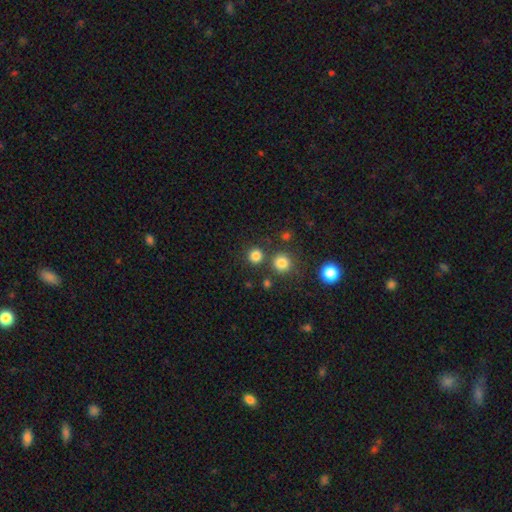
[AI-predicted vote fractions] Morphology: type=smooth (81%); roundness=round (93%); merging=none (81%).